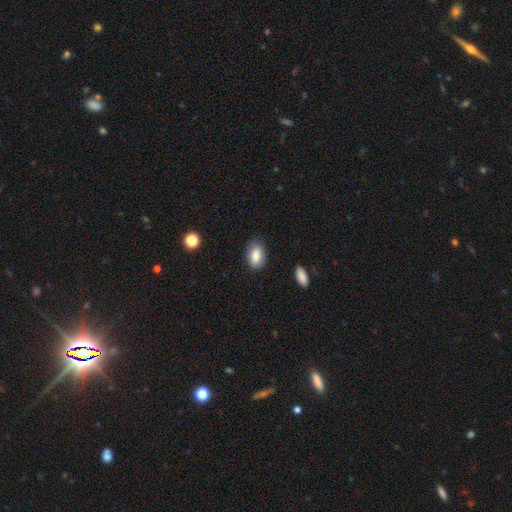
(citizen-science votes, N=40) Volunteers were most divided on "smooth or featured": smooth: 78%, featured or disk: 18%, star or artifact: 5%. More confident: how rounded — in between (94%); merging — none (84%).